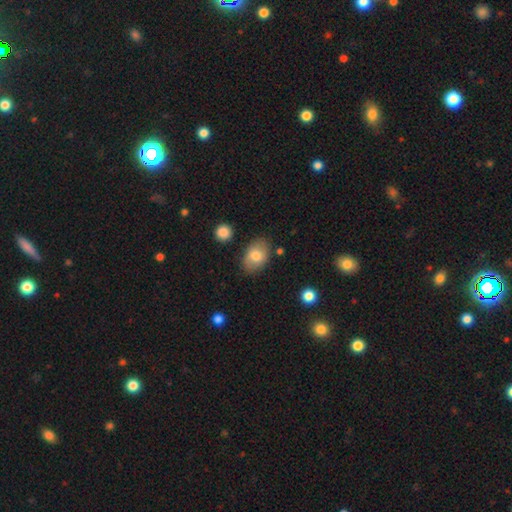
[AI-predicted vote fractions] Smooth or featured? smooth (75%)
How rounded? in between (85%)
Merging? none (79%)